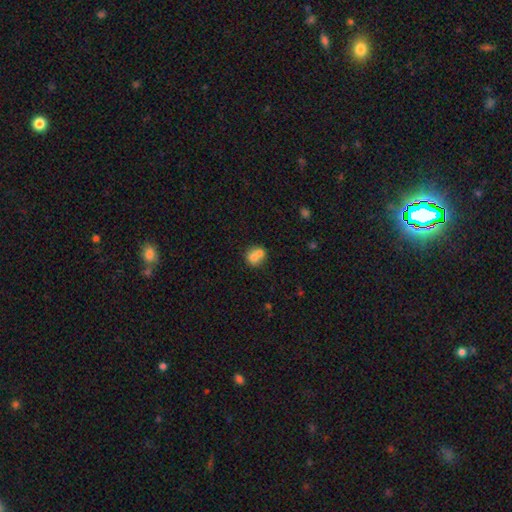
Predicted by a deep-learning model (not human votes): A smooth galaxy with no disk features (69%) that is round (76%).

Vote fractions:
- Smooth or featured? smooth: 69% / featured or disk: 21% / star or artifact: 10%
- How rounded? round: 76% / in between: 23% / cigar-shaped: 1%
- Merging? merger: 61% / none: 30% / minor disturbance: 6% / major disturbance: 3%